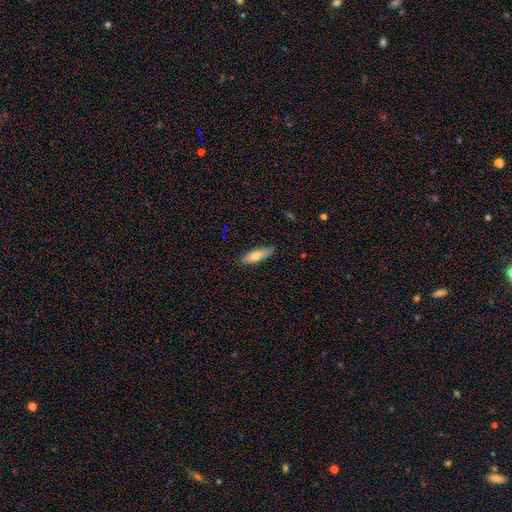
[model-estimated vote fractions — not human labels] smooth_or_featured: smooth (p=0.73) [alt: featured or disk p=0.21]
how_rounded: cigar-shaped (p=0.51) [alt: in between p=0.47]
merging: none (p=0.83) [alt: minor disturbance p=0.13]